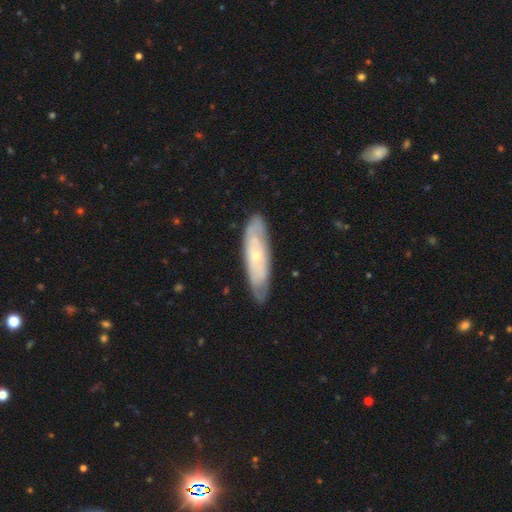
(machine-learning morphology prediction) Q: Smooth or featured?
A: featured or disk (61%); runner-up: smooth (33%)
Q: Edge-on disk?
A: no (71%); runner-up: yes (29%)
Q: Merging?
A: none (77%); runner-up: minor disturbance (18%)